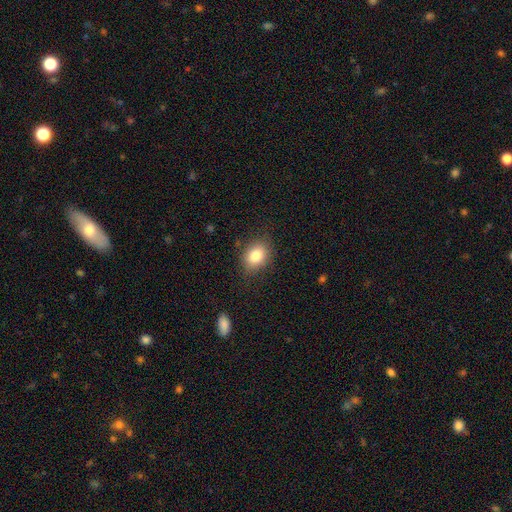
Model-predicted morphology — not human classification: Q: Smooth or featured?
A: smooth (81%); runner-up: star or artifact (10%)
Q: How rounded?
A: in between (60%); runner-up: round (39%)
Q: Merging?
A: none (82%); runner-up: minor disturbance (13%)